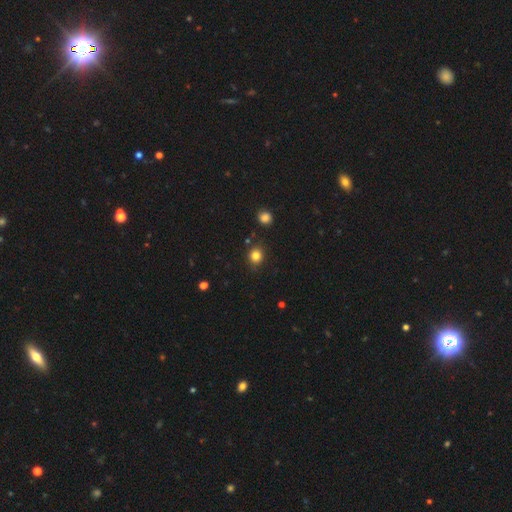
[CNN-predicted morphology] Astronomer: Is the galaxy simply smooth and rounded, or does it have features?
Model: smooth — 83%.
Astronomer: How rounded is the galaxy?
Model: round — 80%.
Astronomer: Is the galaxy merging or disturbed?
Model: none — 84%.